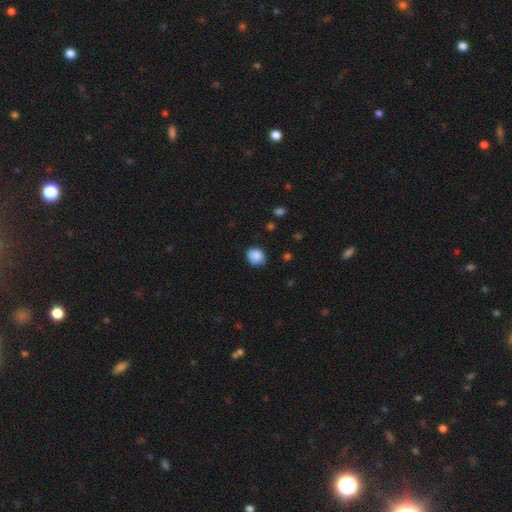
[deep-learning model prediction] Q: Smooth or featured?
A: smooth (87%); runner-up: star or artifact (8%)
Q: How rounded?
A: round (70%); runner-up: in between (29%)
Q: Merging?
A: none (74%); runner-up: minor disturbance (21%)